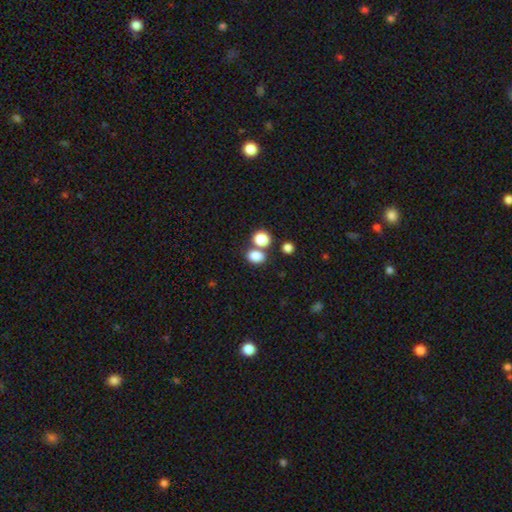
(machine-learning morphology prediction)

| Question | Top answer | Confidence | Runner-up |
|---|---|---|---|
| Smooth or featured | smooth | 83% | star or artifact (12%) |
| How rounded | in between | 60% | round (39%) |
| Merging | none | 57% | merger (30%) |